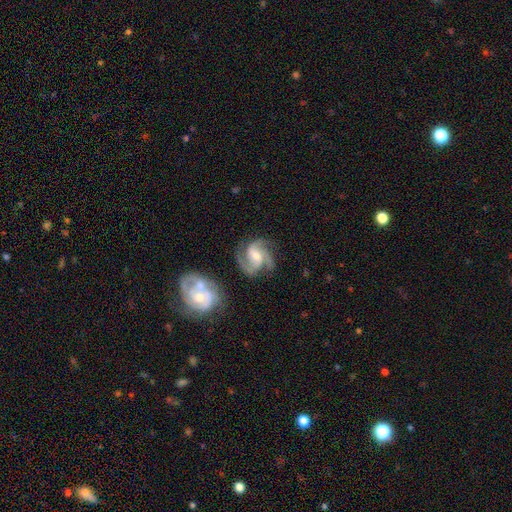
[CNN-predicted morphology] This is clearly a featured or disk galaxy (90%). It is clearly not viewed edge-on (98%). Bar: marginally weak (45%). Spiral arm pattern: clearly yes (98%). Spiral arm count: likely 3 (67%). Spiral winding: possibly medium (55%). Central bulge: possibly moderate (57%). Merging: likely none (69%).